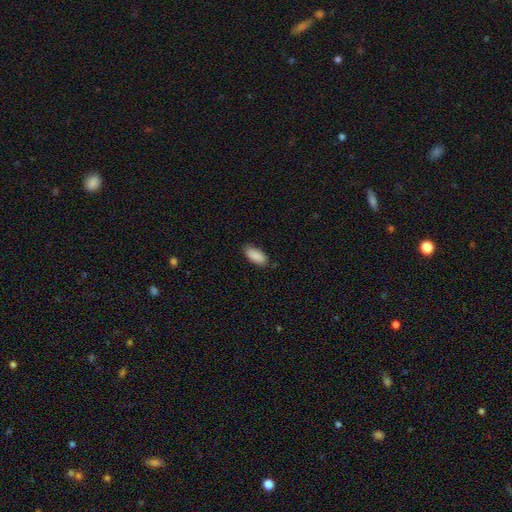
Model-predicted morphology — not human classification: Q: Smooth or featured?
A: smooth (90%); runner-up: star or artifact (6%)
Q: How rounded?
A: in between (88%); runner-up: cigar-shaped (10%)
Q: Merging?
A: none (83%); runner-up: minor disturbance (13%)